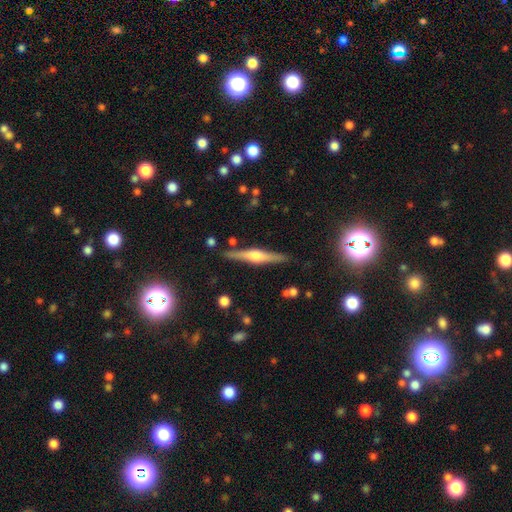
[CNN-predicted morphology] smooth-or-featured: featured or disk: 73% | smooth: 20% | star or artifact: 7%
  disk-edge-on: yes: 97% | no: 3%
    edge-on-bulge: rounded: 87% | boxy: 9% | none: 4%
  merging: none: 87% | minor disturbance: 9% | merger: 2% | major disturbance: 2%